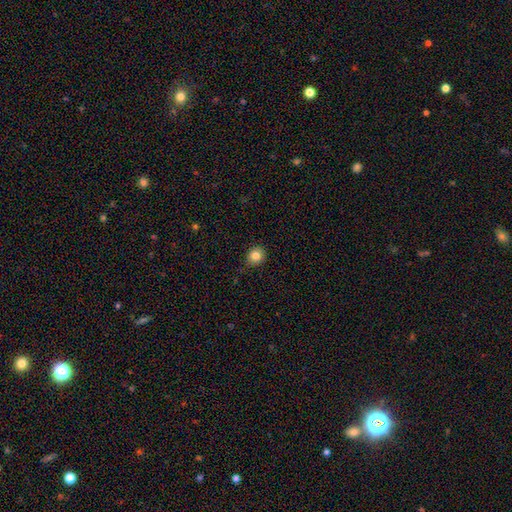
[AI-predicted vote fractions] This is clearly a smooth galaxy (82%). How rounded: likely round (77%). Merging: clearly none (85%).